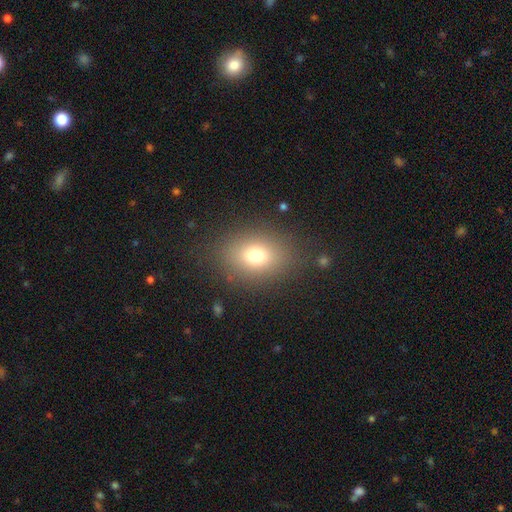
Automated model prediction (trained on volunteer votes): Smooth or featured?
  - smooth: 73% *
  - star or artifact: 15%
  - featured or disk: 12%
How rounded?
  - in between: 58% *
  - round: 40%
  - cigar-shaped: 1%
Merging?
  - none: 83% *
  - minor disturbance: 10%
  - major disturbance: 6%
  - merger: 2%